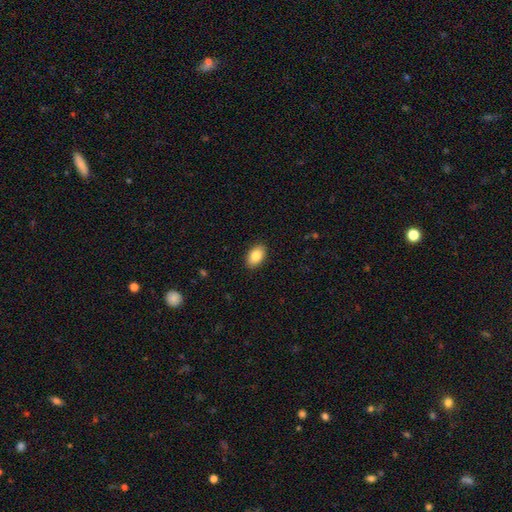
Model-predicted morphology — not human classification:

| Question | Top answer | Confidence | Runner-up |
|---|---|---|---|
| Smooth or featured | smooth | 86% | star or artifact (7%) |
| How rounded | in between | 89% | round (9%) |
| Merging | none | 90% | minor disturbance (7%) |